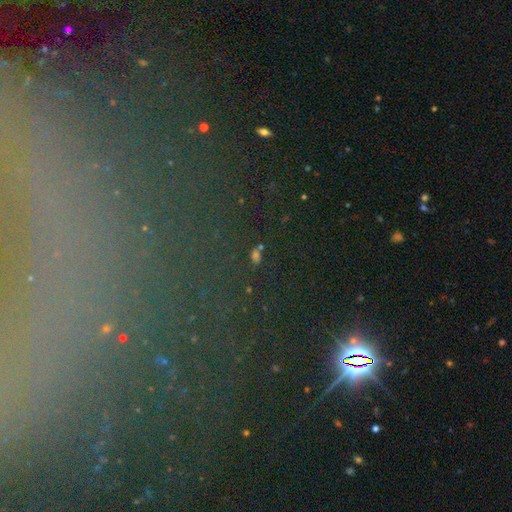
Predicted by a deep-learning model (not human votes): star or artifact 62%, smooth 27%, featured or disk 11%.